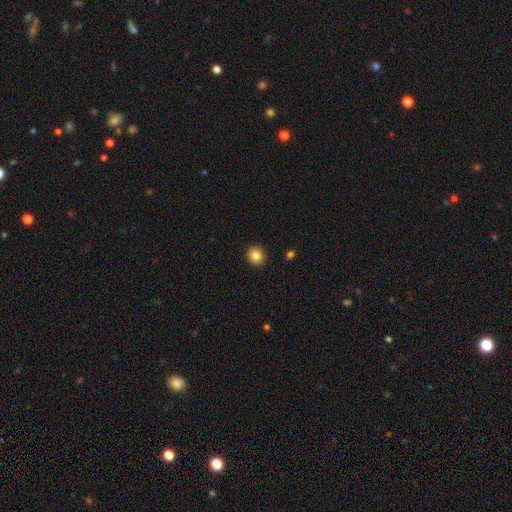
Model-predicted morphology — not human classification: Smooth or featured?
  - smooth: 85% *
  - star or artifact: 10%
  - featured or disk: 5%
How rounded?
  - round: 88% *
  - in between: 11%
  - cigar-shaped: 1%
Merging?
  - none: 92% *
  - minor disturbance: 5%
  - major disturbance: 2%
  - merger: 1%